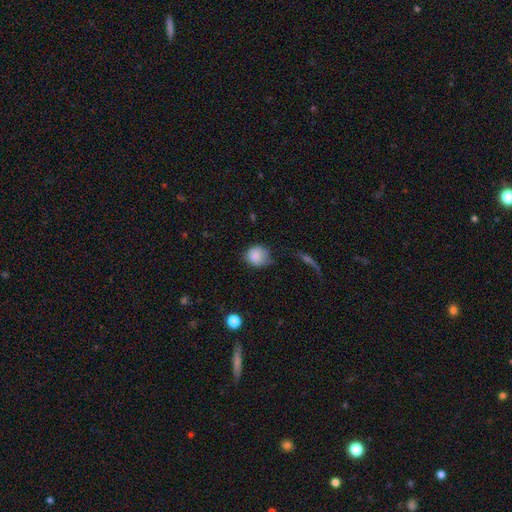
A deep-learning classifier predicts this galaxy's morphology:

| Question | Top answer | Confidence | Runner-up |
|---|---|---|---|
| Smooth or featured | smooth | 83% | star or artifact (9%) |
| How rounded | round | 78% | in between (21%) |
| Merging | none | 59% | minor disturbance (30%) |